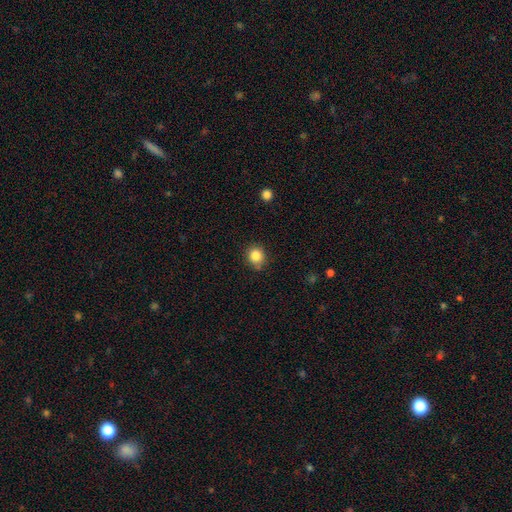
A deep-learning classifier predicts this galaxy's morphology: This is clearly a smooth galaxy (85%). How rounded: clearly round (87%). Merging: likely none (78%).